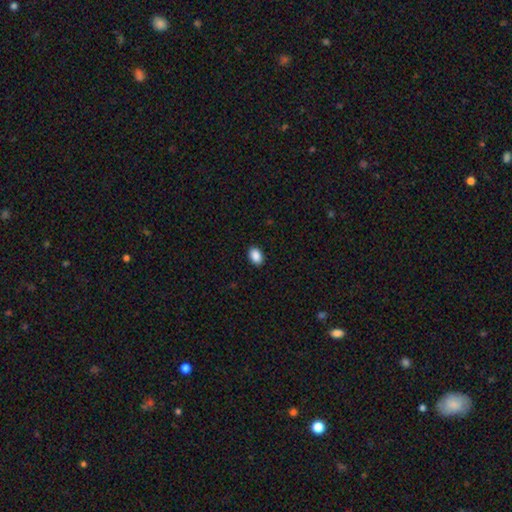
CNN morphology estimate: type=smooth (90%); roundness=in between (84%); merging=none (90%).